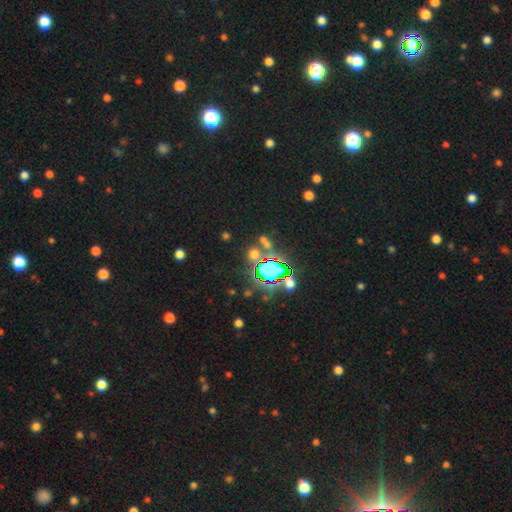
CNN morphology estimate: A star or artifact, not a galaxy (75%).